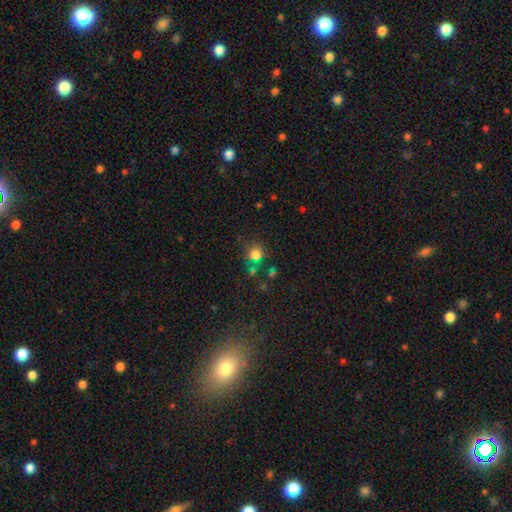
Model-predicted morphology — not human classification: Smooth or featured?
  - smooth: 74% *
  - star or artifact: 18%
  - featured or disk: 8%
How rounded?
  - round: 82% *
  - in between: 17%
  - cigar-shaped: 1%
Merging?
  - none: 60% *
  - minor disturbance: 16%
  - merger: 16%
  - major disturbance: 8%